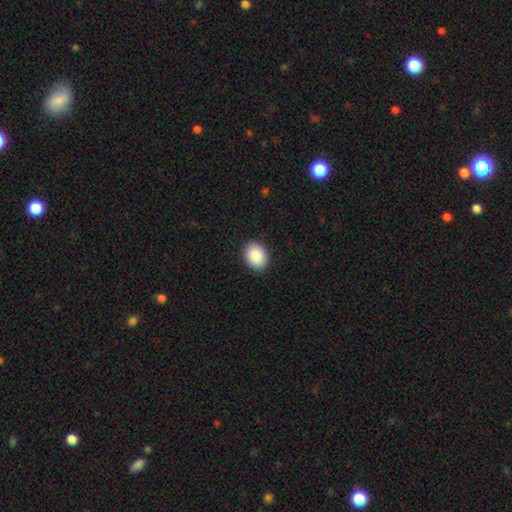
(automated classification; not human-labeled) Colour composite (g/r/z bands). It shows a smooth galaxy with no disk features (89%) that is in between round and cigar-shaped (62%). Merging: none (90%).